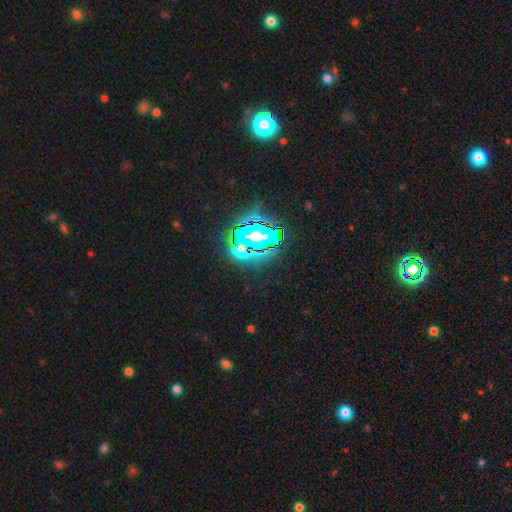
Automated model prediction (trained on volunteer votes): Smooth or featured?
  - star or artifact: 83% *
  - smooth: 10%
  - featured or disk: 7%